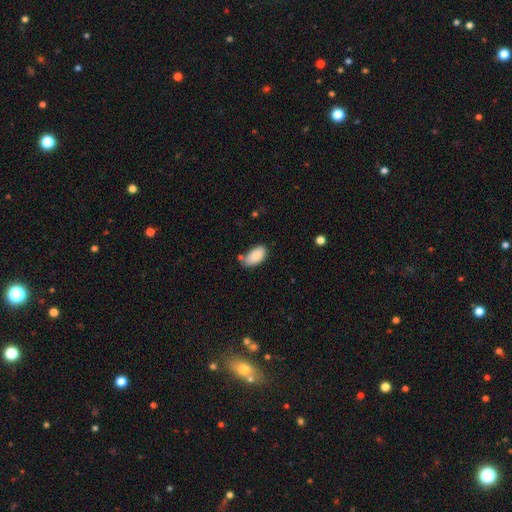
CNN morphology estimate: A smooth galaxy with no disk features (86%) that is in between round and cigar-shaped (95%).

Vote fractions:
- Smooth or featured? smooth: 86% / star or artifact: 7% / featured or disk: 7%
- How rounded? in between: 95% / cigar-shaped: 3% / round: 3%
- Merging? none: 62% / minor disturbance: 24% / merger: 8% / major disturbance: 5%